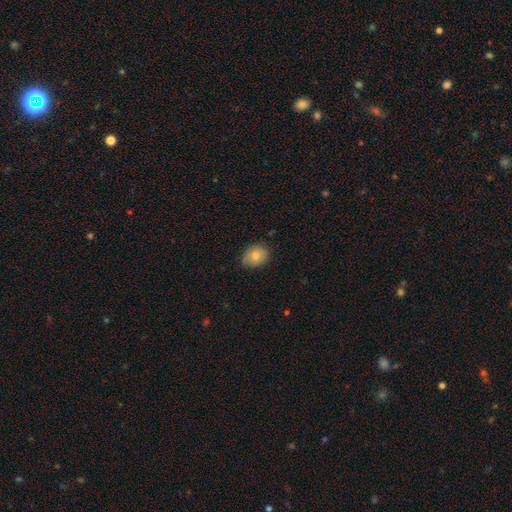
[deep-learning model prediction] Smooth or featured: smooth — 77% (featured or disk — 14%)
How rounded: in between — 55% (round — 44%)
Merging: none — 77% (minor disturbance — 20%)